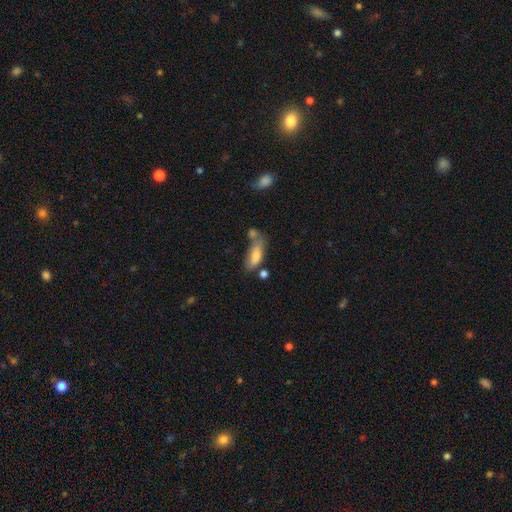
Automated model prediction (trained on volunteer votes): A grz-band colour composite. It shows a smooth galaxy with no disk features (71%) that is in between round and cigar-shaped (64%). Merging: none (42%).